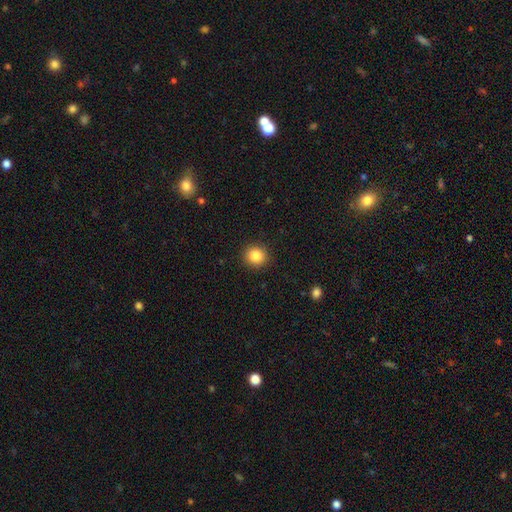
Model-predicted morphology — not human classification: The model was most divided on "smooth or featured": smooth: 85%, star or artifact: 10%, featured or disk: 5%. More confident: merging — none (91%); how rounded — round (89%).